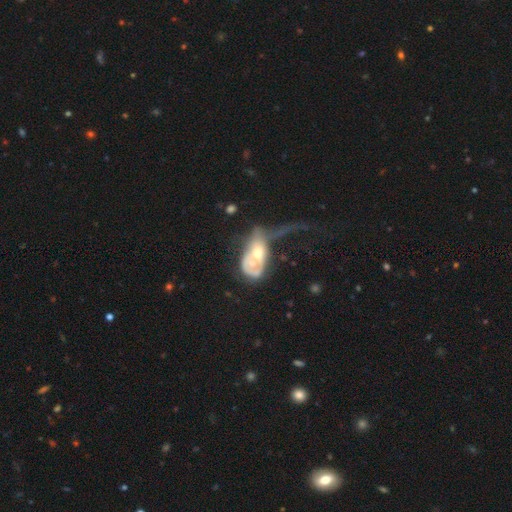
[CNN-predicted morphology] Smooth or featured? featured or disk (59%)
Edge-on disk? no (94%)
Bar? no (85%)
Spiral arms? no (68%)
Bulge size? moderate (67%)
Merging? merger (43%)